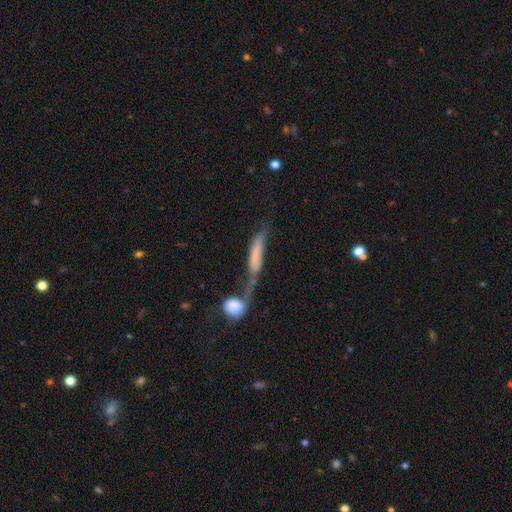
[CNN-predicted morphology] This is possibly a smooth galaxy (55%). How rounded: likely cigar-shaped (74%). Merging: possibly merger (55%).